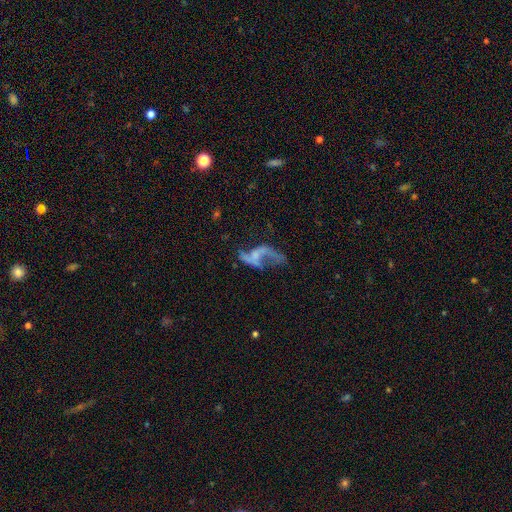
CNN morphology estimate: Q: Smooth or featured?
A: featured or disk (68%); runner-up: smooth (19%)
Q: Edge-on disk?
A: no (96%); runner-up: yes (4%)
Q: Bar?
A: no (66%); runner-up: weak (25%)
Q: Spiral arms?
A: yes (59%); runner-up: no (41%)
Q: Bulge size?
A: none (61%); runner-up: small (25%)
Q: Merging?
A: major disturbance (41%); runner-up: none (30%)